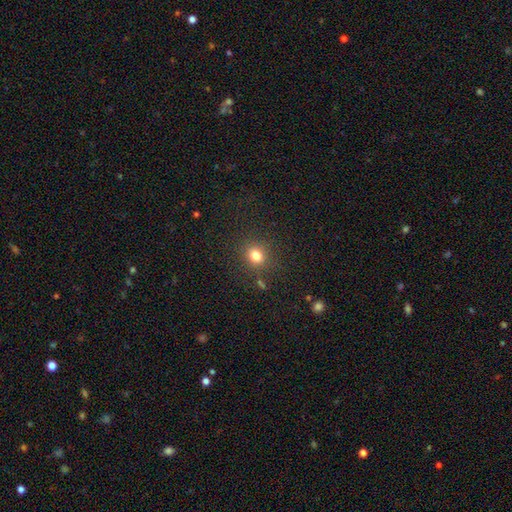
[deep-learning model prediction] A smooth galaxy with no disk features (79%) that is round (76%).

Vote fractions:
- Smooth or featured? smooth: 79% / star or artifact: 15% / featured or disk: 6%
- How rounded? round: 76% / in between: 23% / cigar-shaped: 1%
- Merging? none: 83% / minor disturbance: 10% / major disturbance: 4% / merger: 3%